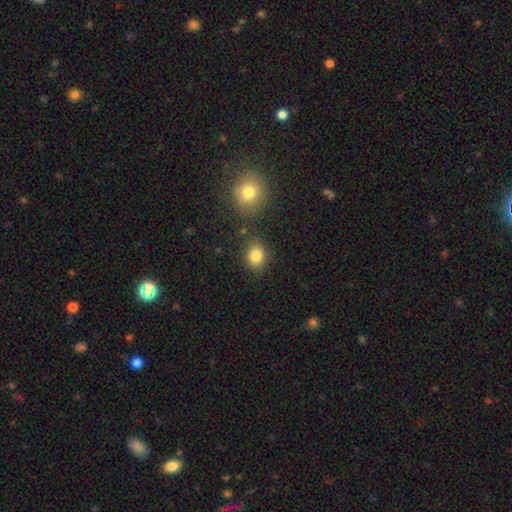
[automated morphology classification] Overall: smooth (83%). How rounded: round (54%; in between 45%). Merging: none (77%).